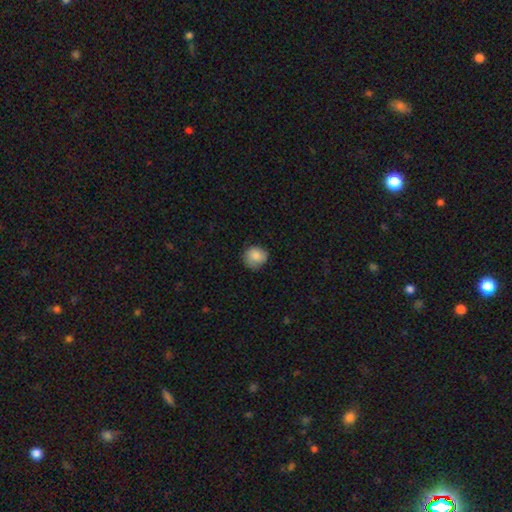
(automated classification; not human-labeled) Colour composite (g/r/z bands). It shows a smooth galaxy with no disk features (85%) that is round (83%). Merging: none (74%).